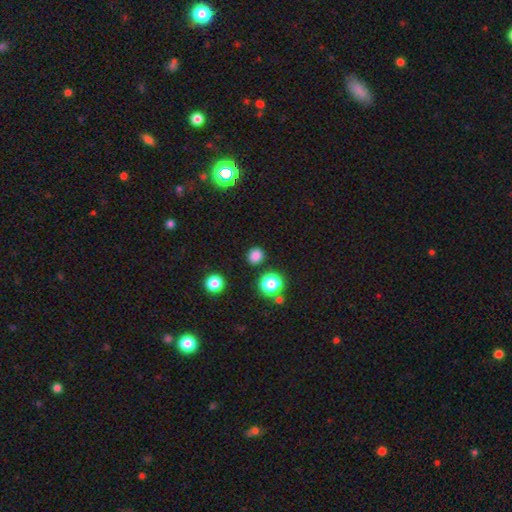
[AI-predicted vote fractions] Smooth or featured? smooth (79%)
How rounded? round (83%)
Merging? none (87%)